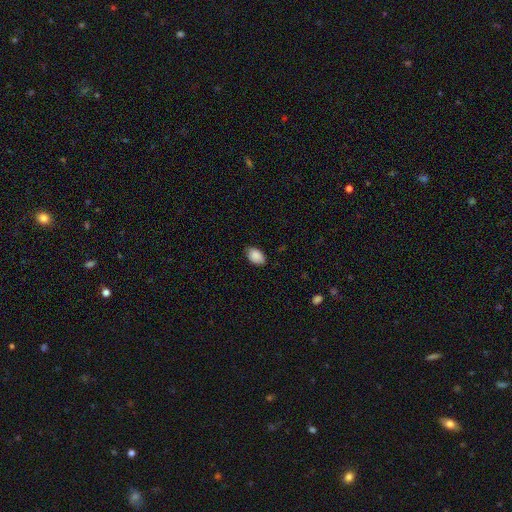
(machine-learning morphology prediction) Q: Smooth or featured?
A: smooth (89%); runner-up: star or artifact (7%)
Q: How rounded?
A: in between (89%); runner-up: round (10%)
Q: Merging?
A: none (81%); runner-up: minor disturbance (15%)